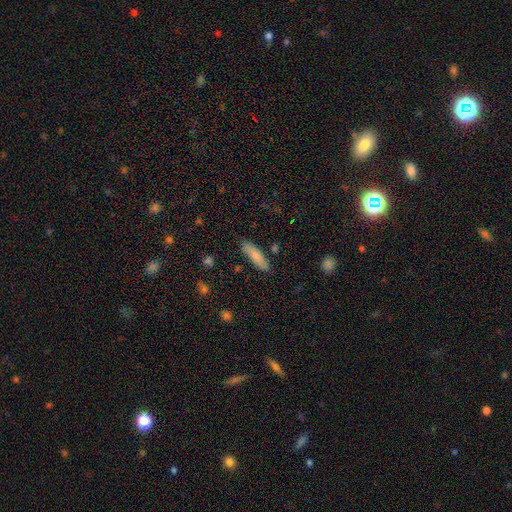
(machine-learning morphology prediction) Overall: smooth (80%). How rounded: cigar-shaped (69%; in between 30%). Merging: none (85%).